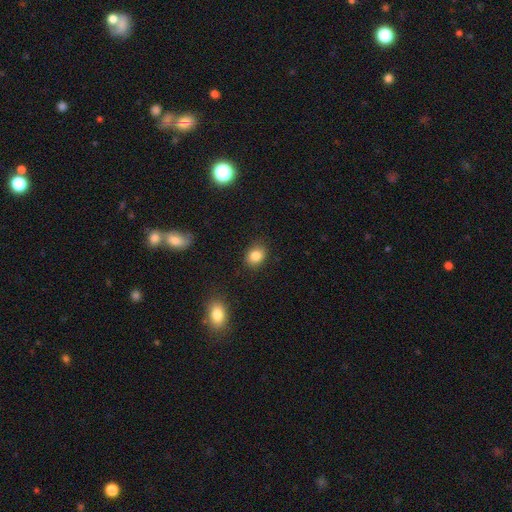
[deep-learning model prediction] Smooth or featured: smooth — 83% (star or artifact — 10%)
How rounded: in between — 53% (round — 46%)
Merging: none — 85% (minor disturbance — 11%)